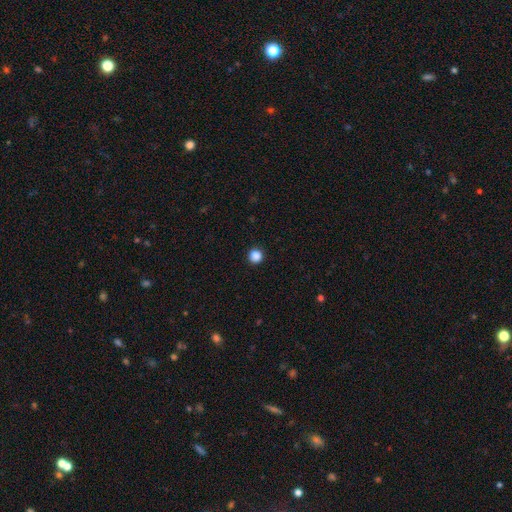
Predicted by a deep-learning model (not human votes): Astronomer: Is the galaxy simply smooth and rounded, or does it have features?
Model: smooth — 87%.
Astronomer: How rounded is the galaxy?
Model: round — 95%.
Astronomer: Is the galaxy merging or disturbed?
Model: none — 93%.